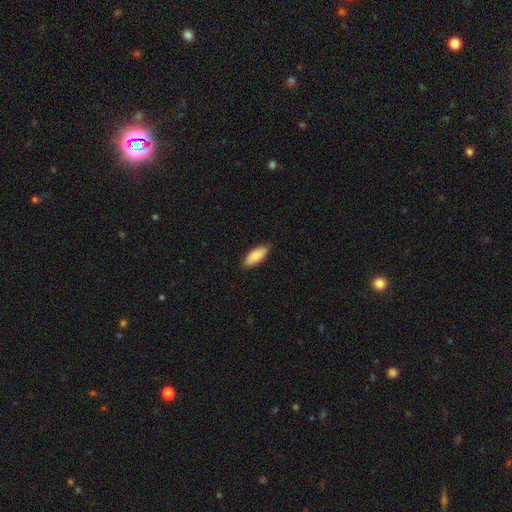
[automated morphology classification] Q: Smooth or featured?
A: smooth (84%); runner-up: featured or disk (10%)
Q: How rounded?
A: in between (80%); runner-up: cigar-shaped (19%)
Q: Merging?
A: none (85%); runner-up: minor disturbance (12%)